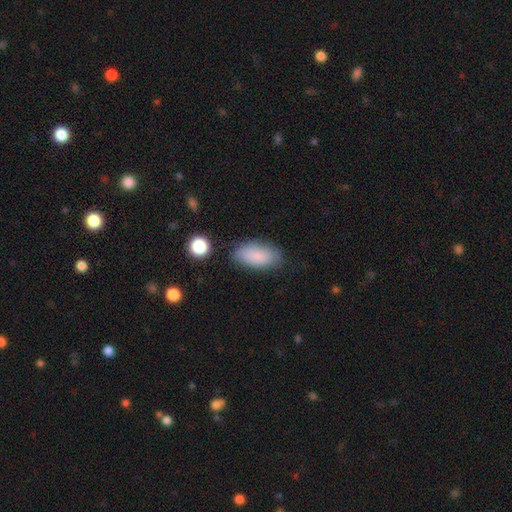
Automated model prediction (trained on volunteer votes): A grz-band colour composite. It shows a smooth galaxy with no disk features (83%) that is in between round and cigar-shaped (92%). Merging: none (75%).